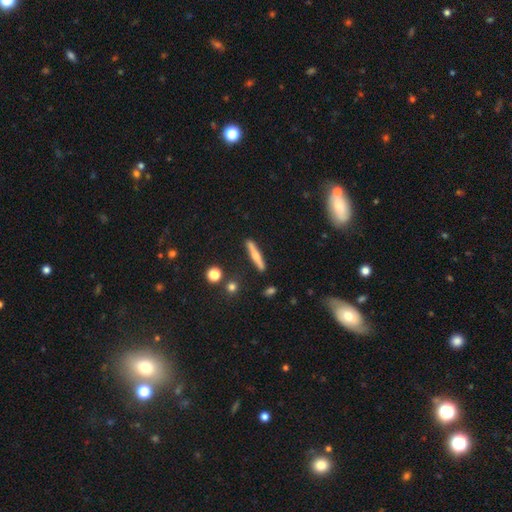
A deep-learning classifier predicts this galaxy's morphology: A smooth galaxy with no disk features (56%) that is cigar-shaped (92%).

Vote fractions:
- Smooth or featured? smooth: 56% / featured or disk: 37% / star or artifact: 7%
- How rounded? cigar-shaped: 92% / in between: 6% / round: 2%
- Merging? none: 87% / minor disturbance: 8% / merger: 3% / major disturbance: 2%